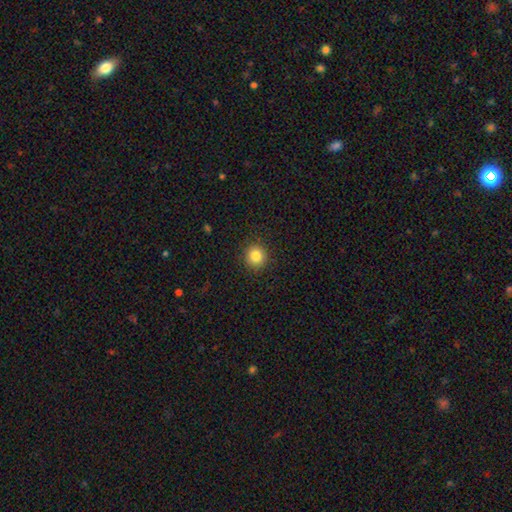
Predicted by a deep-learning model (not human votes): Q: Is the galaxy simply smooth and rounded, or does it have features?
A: smooth — 84%.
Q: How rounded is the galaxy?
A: round — 92%.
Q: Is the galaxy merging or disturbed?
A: none — 91%.